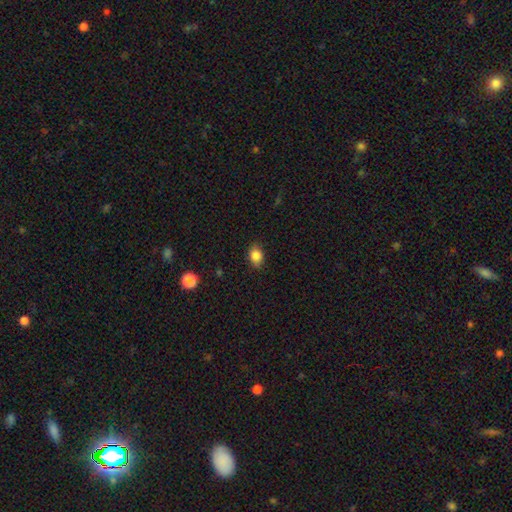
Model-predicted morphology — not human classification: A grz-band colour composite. It shows a smooth galaxy with no disk features (84%) that is in between round and cigar-shaped (69%). Merging: none (82%).